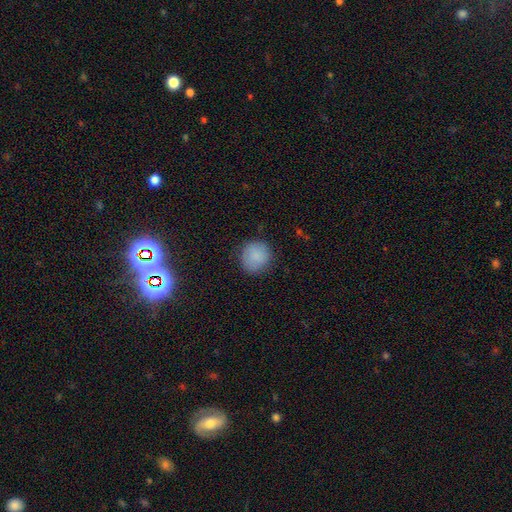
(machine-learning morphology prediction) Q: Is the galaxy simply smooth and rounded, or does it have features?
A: smooth — 87%.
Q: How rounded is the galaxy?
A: round — 90%.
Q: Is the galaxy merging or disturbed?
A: none — 84%.